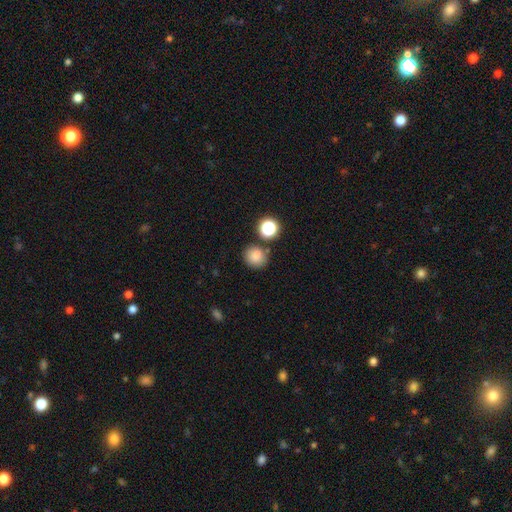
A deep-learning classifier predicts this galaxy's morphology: The model was most divided on "how rounded": round: 82%, in between: 17%, cigar-shaped: 1%. More confident: smooth or featured — smooth (81%); merging — none (75%).